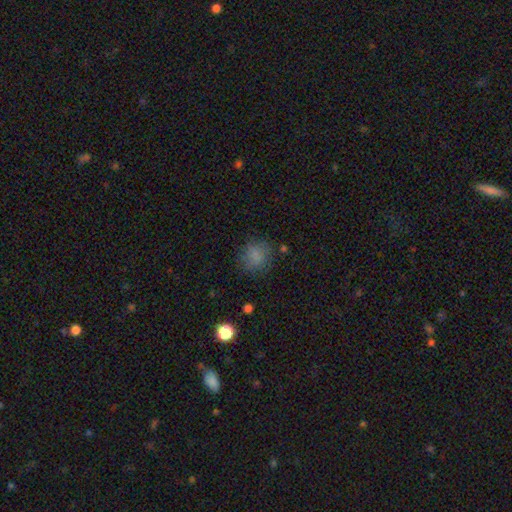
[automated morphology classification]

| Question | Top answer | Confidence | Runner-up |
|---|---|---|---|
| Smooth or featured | smooth | 78% | star or artifact (13%) |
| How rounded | round | 78% | in between (21%) |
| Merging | none | 76% | minor disturbance (15%) |